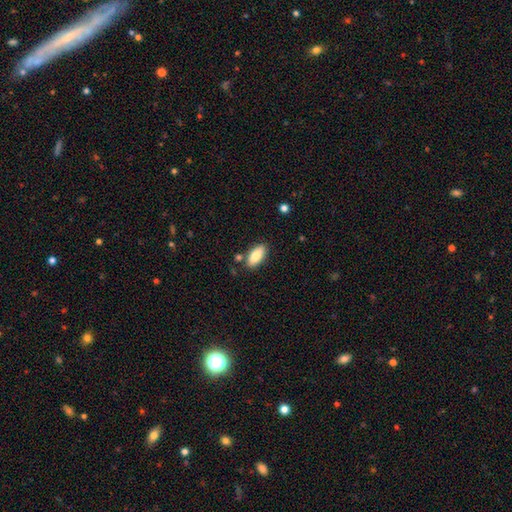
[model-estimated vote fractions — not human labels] Smooth or featured? Predicted: smooth (p=0.82). How rounded? Predicted: in between (p=0.86). Merging? Predicted: none (p=0.81).